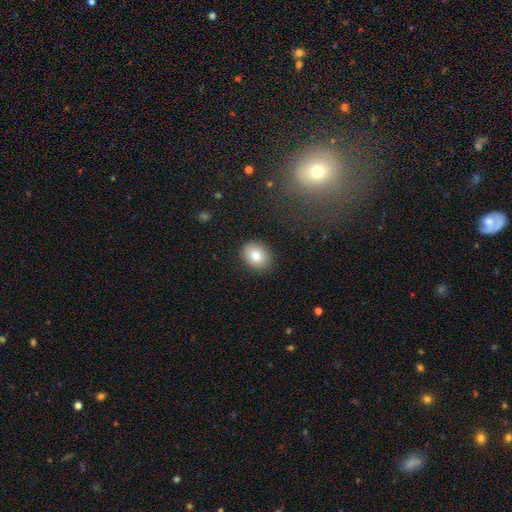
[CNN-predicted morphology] Smooth or featured? smooth (80%)
How rounded? in between (54%)
Merging? none (88%)